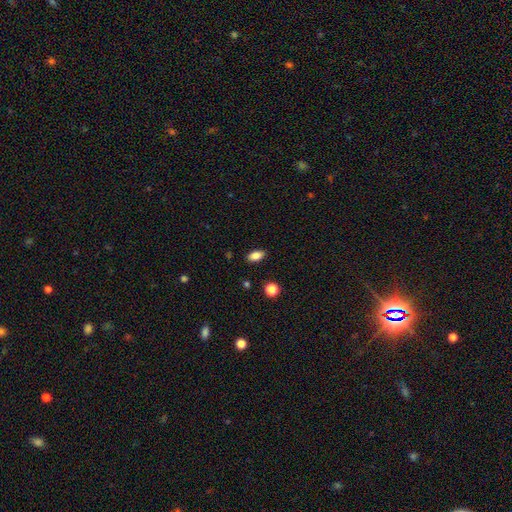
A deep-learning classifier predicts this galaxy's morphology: smooth_or_featured: smooth (p=0.82) [alt: featured or disk p=0.09]
how_rounded: in between (p=0.89) [alt: round p=0.06]
merging: none (p=0.88) [alt: minor disturbance p=0.09]